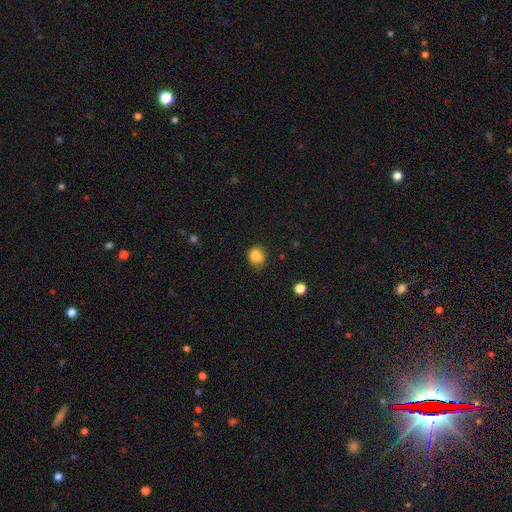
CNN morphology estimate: Q: Smooth or featured?
A: smooth (79%); runner-up: star or artifact (11%)
Q: How rounded?
A: round (68%); runner-up: in between (31%)
Q: Merging?
A: none (52%); runner-up: minor disturbance (24%)